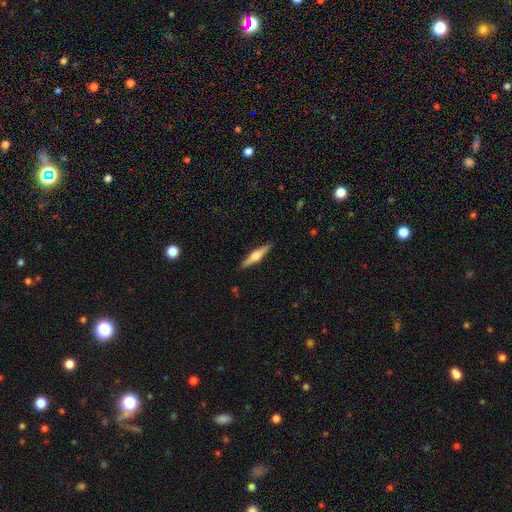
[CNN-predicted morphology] A featured or disk galaxy (65%) viewed edge-on (97%) with a rounded central bulge (89%). Merging: none (91%).